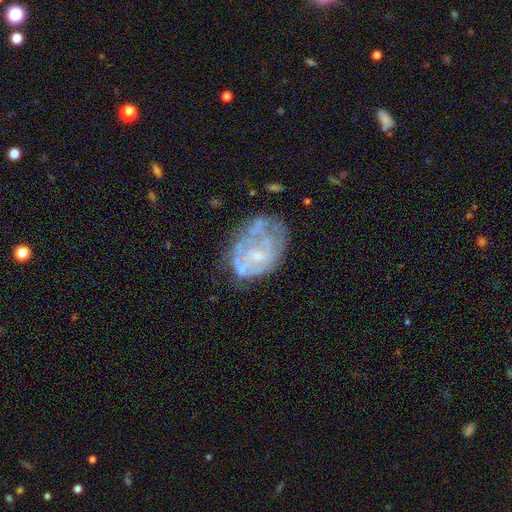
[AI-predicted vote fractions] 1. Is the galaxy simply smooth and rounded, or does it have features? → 69% featured or disk, 22% smooth, 9% star or artifact.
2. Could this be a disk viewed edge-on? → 97% no, 3% yes.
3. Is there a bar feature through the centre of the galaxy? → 77% no, 19% weak, 4% strong.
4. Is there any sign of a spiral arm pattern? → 64% no, 36% yes.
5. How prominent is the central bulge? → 49% small, 29% none, 19% moderate, 2% large, 1% dominant.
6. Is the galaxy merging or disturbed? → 48% none, 27% minor disturbance, 20% major disturbance, 6% merger.